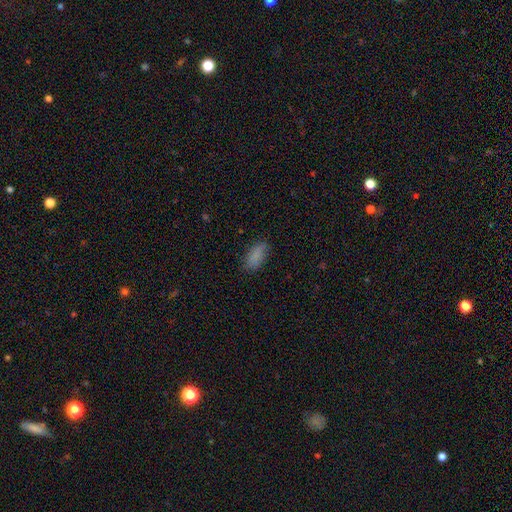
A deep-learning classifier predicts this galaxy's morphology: Smooth or featured: smooth — 86% (star or artifact — 9%)
How rounded: in between — 85% (cigar-shaped — 12%)
Merging: none — 79% (minor disturbance — 16%)